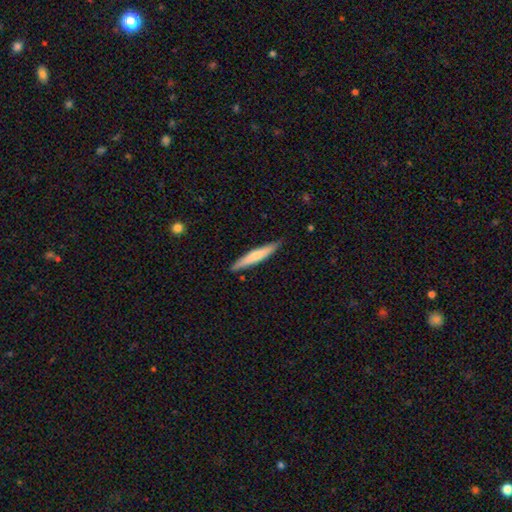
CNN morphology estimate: type=smooth (60%); roundness=cigar-shaped (93%); merging=none (88%).